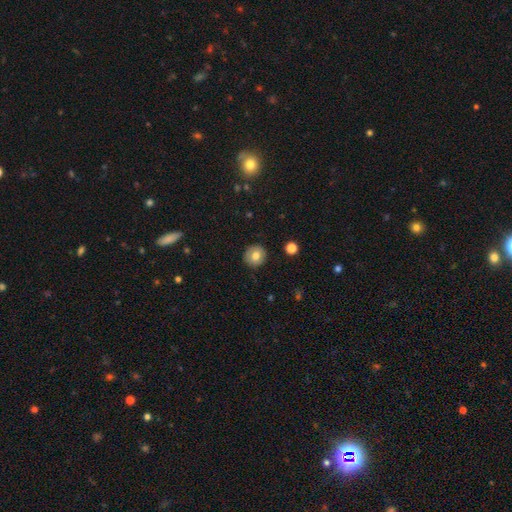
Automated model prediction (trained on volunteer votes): A smooth galaxy with no disk features (77%) that is round (92%).

Vote fractions:
- Smooth or featured? smooth: 77% / featured or disk: 14% / star or artifact: 9%
- How rounded? round: 92% / in between: 7% / cigar-shaped: 1%
- Merging? none: 89% / minor disturbance: 8% / major disturbance: 2% / merger: 1%